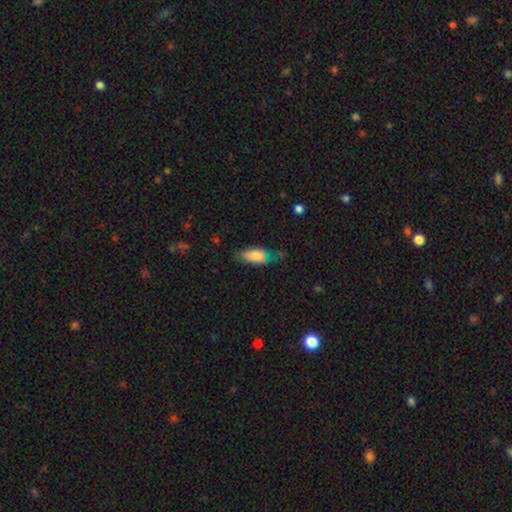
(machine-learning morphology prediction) smooth_or_featured: smooth (p=0.82) [alt: featured or disk p=0.11]
how_rounded: in between (p=0.85) [alt: cigar-shaped p=0.12]
merging: none (p=0.55) [alt: minor disturbance p=0.32]